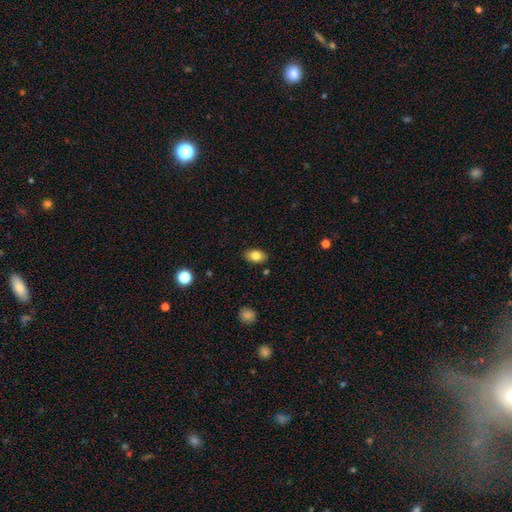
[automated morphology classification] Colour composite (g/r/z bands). It shows a smooth galaxy with no disk features (80%) that is in between round and cigar-shaped (89%). Merging: none (87%).